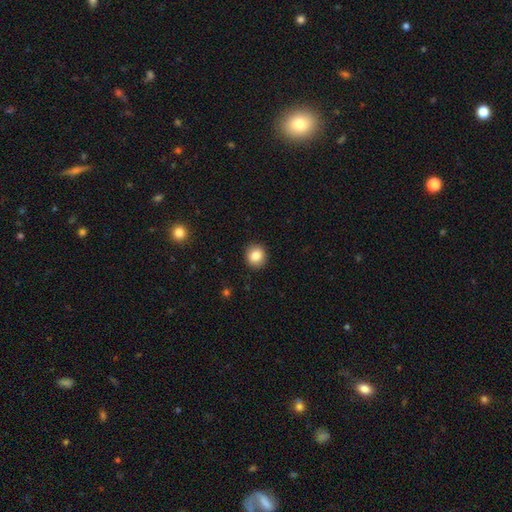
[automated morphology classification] Smooth or featured? smooth (85%)
How rounded? round (90%)
Merging? none (92%)